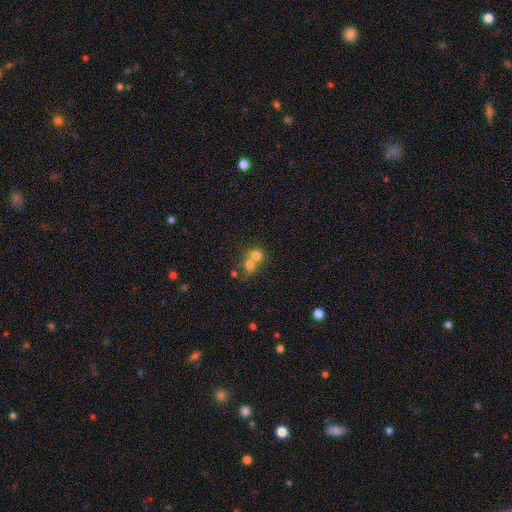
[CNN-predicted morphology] Q: Smooth or featured?
A: smooth (73%); runner-up: featured or disk (15%)
Q: How rounded?
A: round (78%); runner-up: in between (21%)
Q: Merging?
A: merger (64%); runner-up: none (29%)